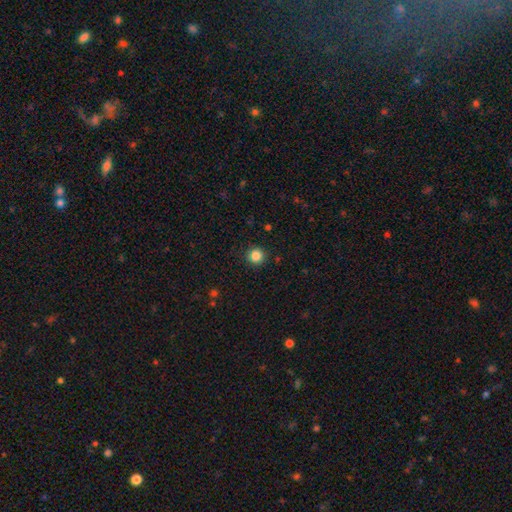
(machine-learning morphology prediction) smooth_or_featured: smooth (p=0.85) [alt: star or artifact p=0.11]
how_rounded: round (p=0.95) [alt: in between p=0.04]
merging: none (p=0.91) [alt: minor disturbance p=0.06]